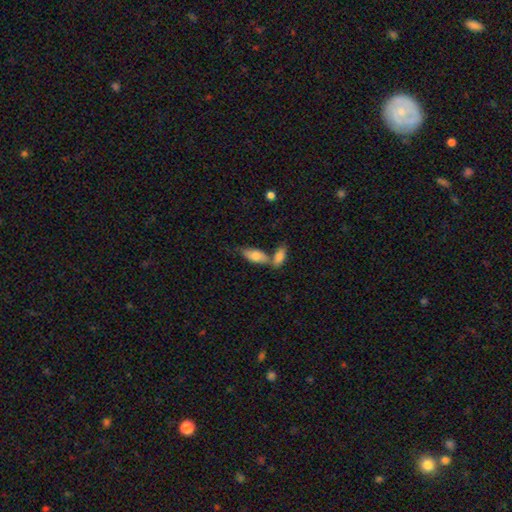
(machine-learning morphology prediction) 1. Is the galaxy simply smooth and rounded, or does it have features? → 74% smooth, 19% featured or disk, 6% star or artifact.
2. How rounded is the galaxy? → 81% in between, 17% cigar-shaped, 3% round.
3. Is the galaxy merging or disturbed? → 43% none, 41% merger, 12% minor disturbance, 4% major disturbance.